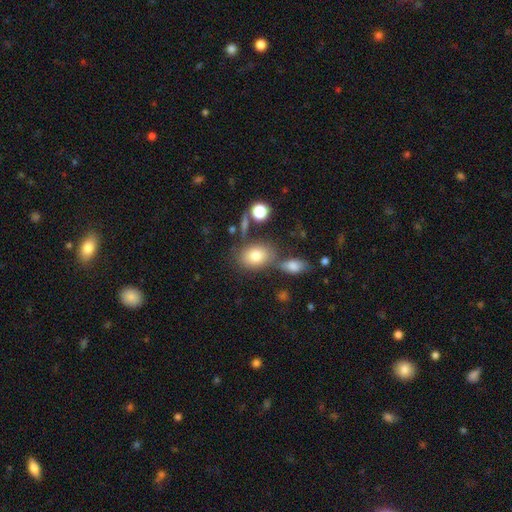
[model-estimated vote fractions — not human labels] smooth 77%, featured or disk 13%, star or artifact 10%. Down the decision tree: how rounded — in between (75%); merging — none (62%).